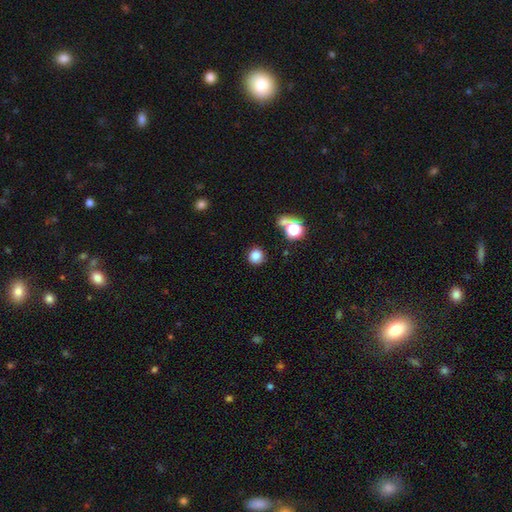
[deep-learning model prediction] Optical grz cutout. It shows a smooth galaxy with no disk features (82%) that is round (91%). Merging: none (85%).